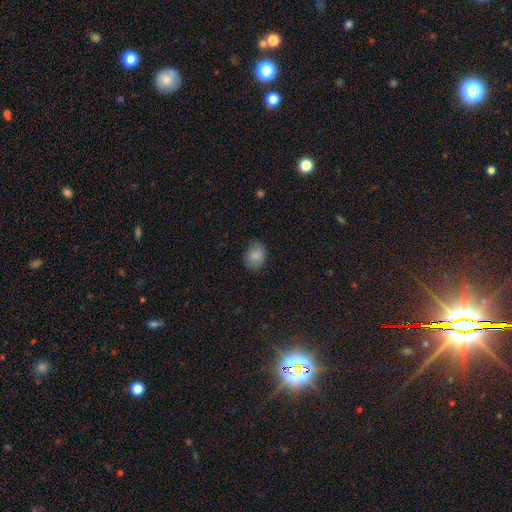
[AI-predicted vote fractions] Morphology: type=smooth (85%); roundness=in between (51%); merging=none (76%).